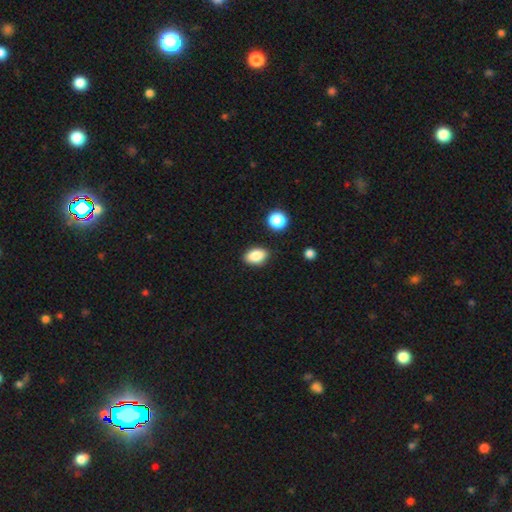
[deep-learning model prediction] Smooth or featured: smooth — 86% (star or artifact — 8%)
How rounded: in between — 86% (round — 12%)
Merging: none — 85% (minor disturbance — 10%)